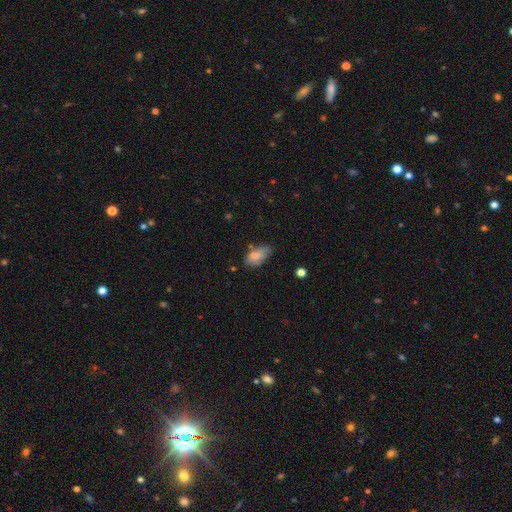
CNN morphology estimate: A smooth galaxy with no disk features (80%) that is in between round and cigar-shaped (91%).

Vote fractions:
- Smooth or featured? smooth: 80% / featured or disk: 11% / star or artifact: 9%
- How rounded? in between: 91% / cigar-shaped: 5% / round: 4%
- Merging? none: 49% / minor disturbance: 36% / major disturbance: 10% / merger: 6%